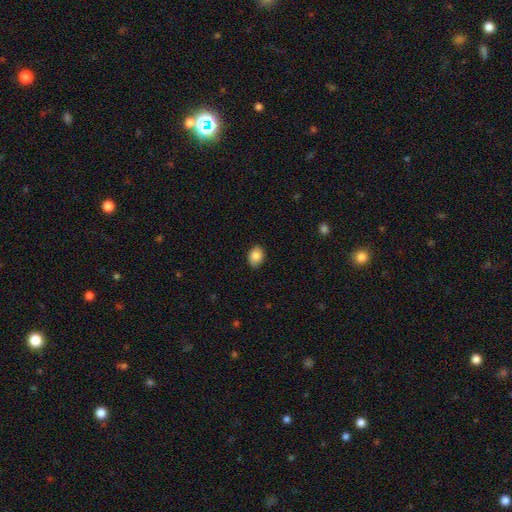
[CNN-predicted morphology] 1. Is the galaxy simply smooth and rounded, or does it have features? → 85% smooth, 8% star or artifact, 7% featured or disk.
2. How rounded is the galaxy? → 62% in between, 37% round, 1% cigar-shaped.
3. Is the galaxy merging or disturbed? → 87% none, 10% minor disturbance, 2% major disturbance, 1% merger.